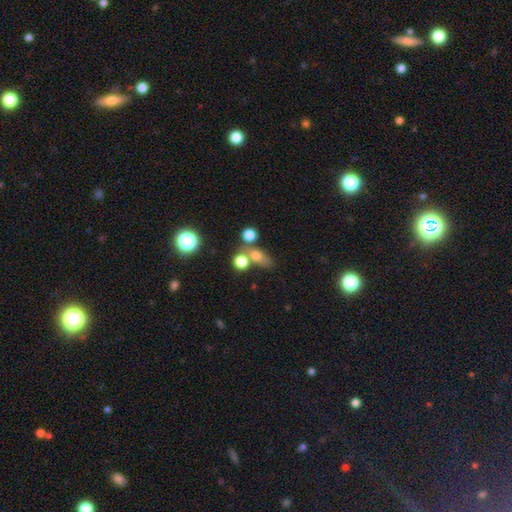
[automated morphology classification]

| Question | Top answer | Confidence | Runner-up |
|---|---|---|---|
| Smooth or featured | smooth | 70% | star or artifact (16%) |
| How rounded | round | 47% | tied: in between (47%) |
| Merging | none | 46% | merger (35%) |